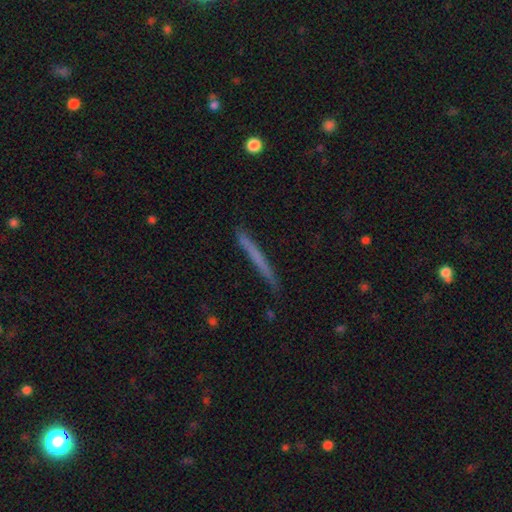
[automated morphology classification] smooth_or_featured: smooth (p=0.57) [alt: featured or disk p=0.37]
how_rounded: cigar-shaped (p=0.97) [alt: in between p=0.02]
merging: none (p=0.87) [alt: minor disturbance p=0.10]